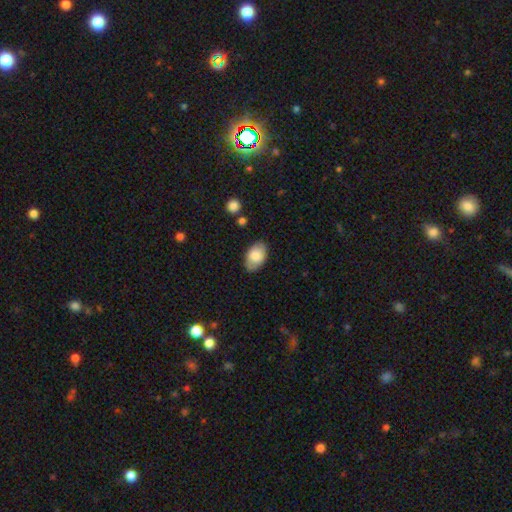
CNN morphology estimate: Overall: smooth (78%). How rounded: in between (92%). Merging: none (79%).